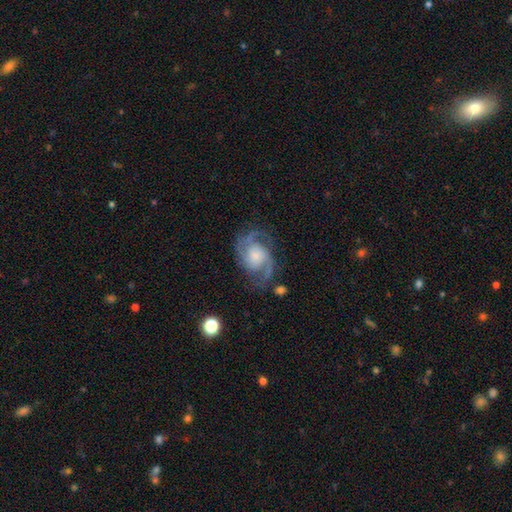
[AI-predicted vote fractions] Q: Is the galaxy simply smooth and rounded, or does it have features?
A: featured or disk — 89%.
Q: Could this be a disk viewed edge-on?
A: no — 98%.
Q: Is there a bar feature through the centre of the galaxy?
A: no — 64%.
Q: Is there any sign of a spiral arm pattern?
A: yes — 98%.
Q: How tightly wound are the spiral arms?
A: medium — 56%.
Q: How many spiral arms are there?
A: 2 — 69%.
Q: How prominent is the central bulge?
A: small — 43%.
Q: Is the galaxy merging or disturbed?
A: none — 73%.